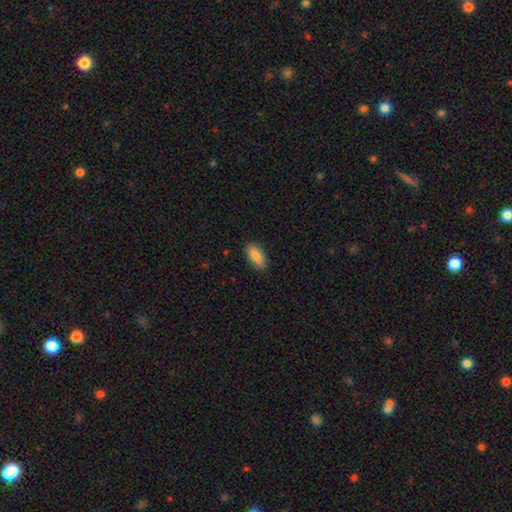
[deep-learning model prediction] Smooth or featured?
  - smooth: 83% *
  - featured or disk: 11%
  - star or artifact: 6%
How rounded?
  - in between: 87% *
  - cigar-shaped: 10%
  - round: 3%
Merging?
  - none: 87% *
  - minor disturbance: 10%
  - major disturbance: 2%
  - merger: 1%